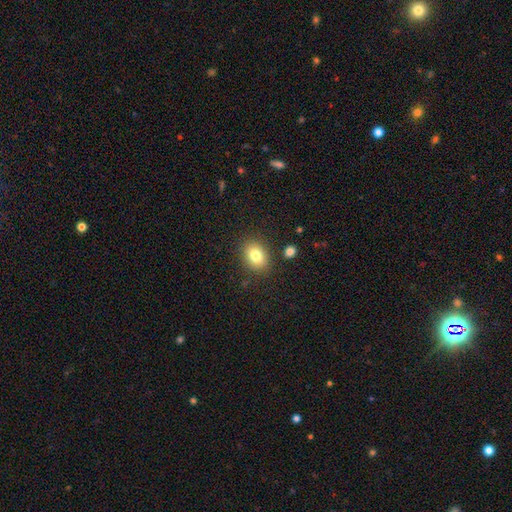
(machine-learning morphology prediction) Overall: smooth (81%). How rounded: in between (60%; round 39%). Merging: none (85%).